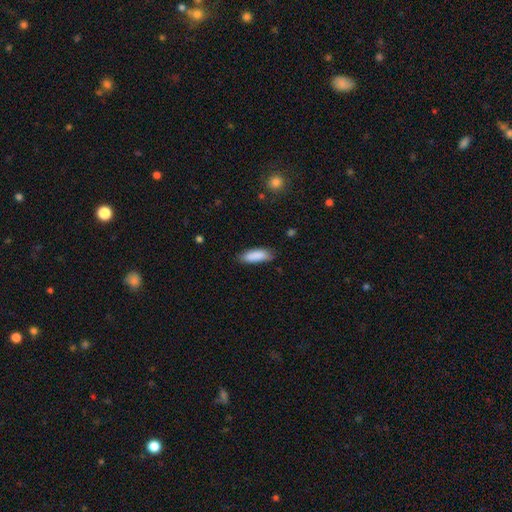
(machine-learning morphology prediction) This appears to be a smooth galaxy with no disk features (88%) that is in between round and cigar-shaped (61%). Merging: none (78%).